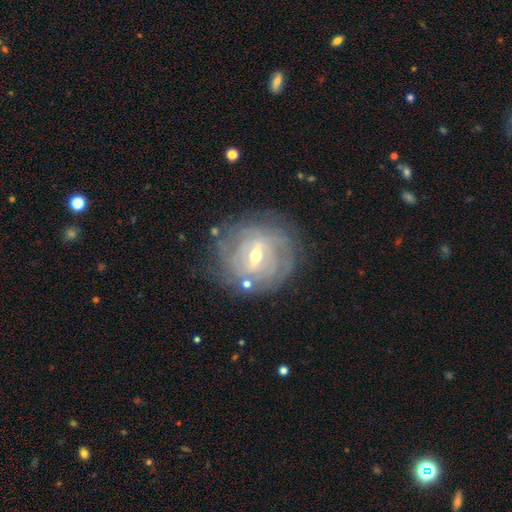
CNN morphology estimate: featured or disk 84%, smooth 9%, star or artifact 6%. Down the decision tree: edge-on disk — no (95%); bar — weak (51%); spiral arms — yes (90%); spiral arm count — can't tell (47%); spiral winding — tight (78%); bulge size — moderate (52%); merging — none (78%).